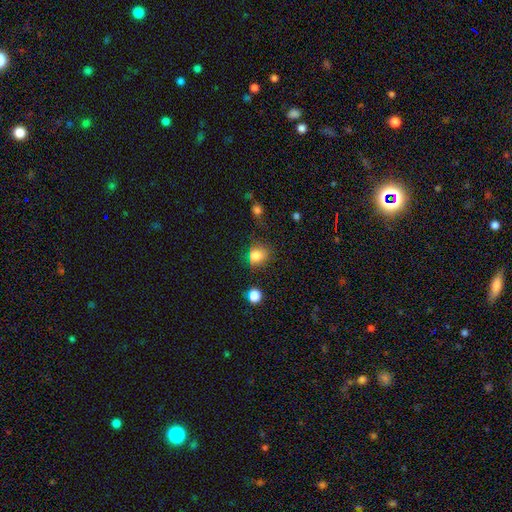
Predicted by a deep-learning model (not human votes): Smooth or featured: smooth — 80% (star or artifact — 13%)
How rounded: round — 69% (in between — 30%)
Merging: none — 64% (minor disturbance — 23%)